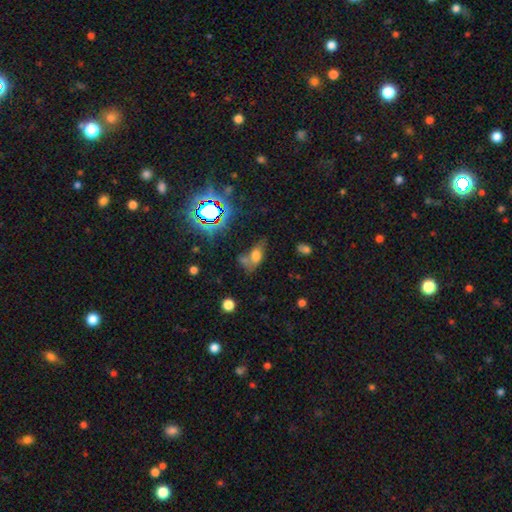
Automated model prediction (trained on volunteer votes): Overall: smooth (55%; star or artifact 24%). How rounded: in between (81%). Merging: none (34%; merger 30%).